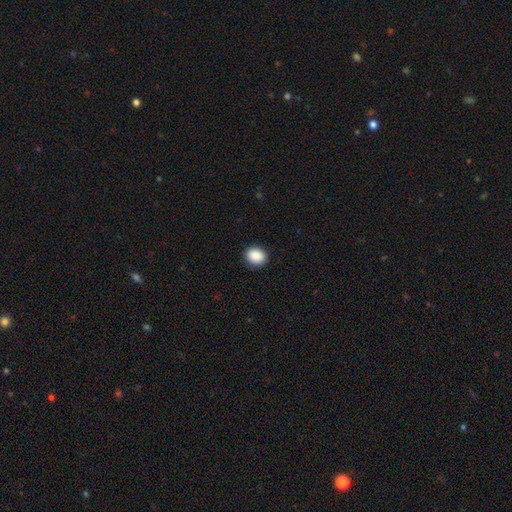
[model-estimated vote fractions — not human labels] smooth 90%, star or artifact 8%, featured or disk 2%. Down the decision tree: how rounded — round (52%); merging — none (90%).